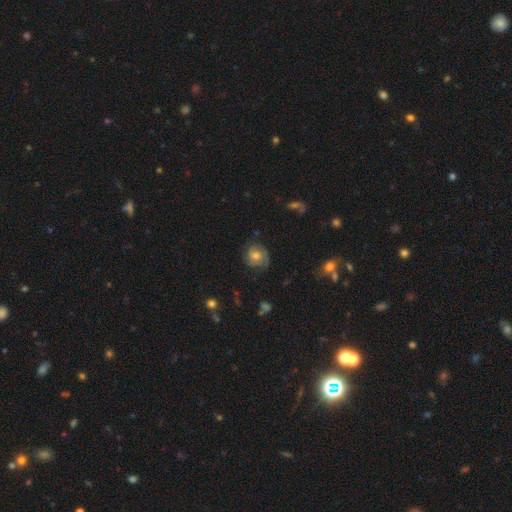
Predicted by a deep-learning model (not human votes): This appears to be a featured or disk galaxy (46%). Merging: none (71%).